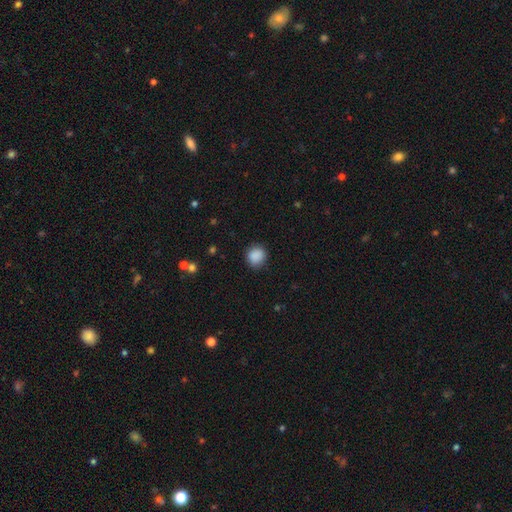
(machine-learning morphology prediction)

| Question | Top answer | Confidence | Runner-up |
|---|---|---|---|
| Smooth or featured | smooth | 88% | star or artifact (9%) |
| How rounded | round | 85% | in between (14%) |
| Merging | none | 86% | minor disturbance (10%) |